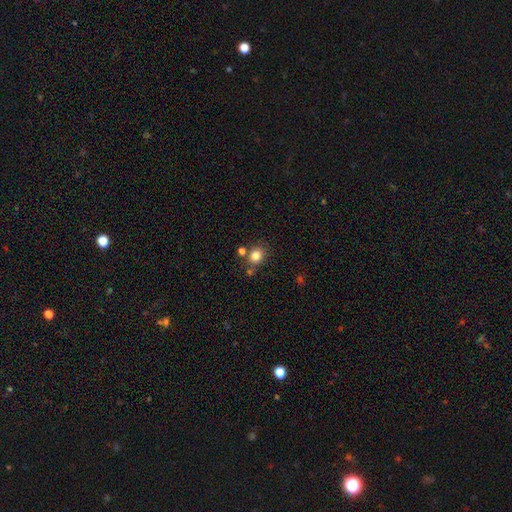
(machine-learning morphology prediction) A smooth galaxy with no disk features (81%) that is round (68%).

Vote fractions:
- Smooth or featured? smooth: 81% / star or artifact: 12% / featured or disk: 7%
- How rounded? round: 68% / in between: 31% / cigar-shaped: 1%
- Merging? none: 72% / minor disturbance: 12% / merger: 12% / major disturbance: 4%